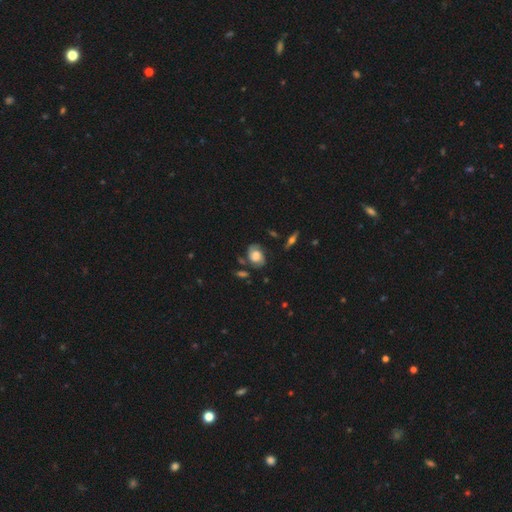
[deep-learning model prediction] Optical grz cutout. It shows a featured or disk galaxy (59%) with no bar (70%), spiral arms (85%) and a large central bulge (48%). Merging: none (68%).